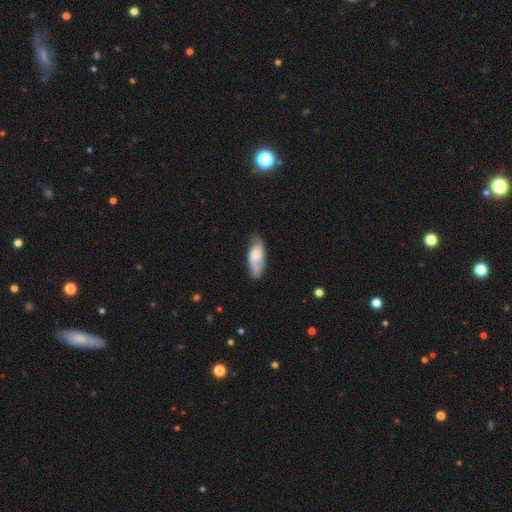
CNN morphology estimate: The model was most divided on "smooth or featured": smooth: 59%, featured or disk: 34%, star or artifact: 7%. More confident: how rounded — in between (78%); merging — none (63%).